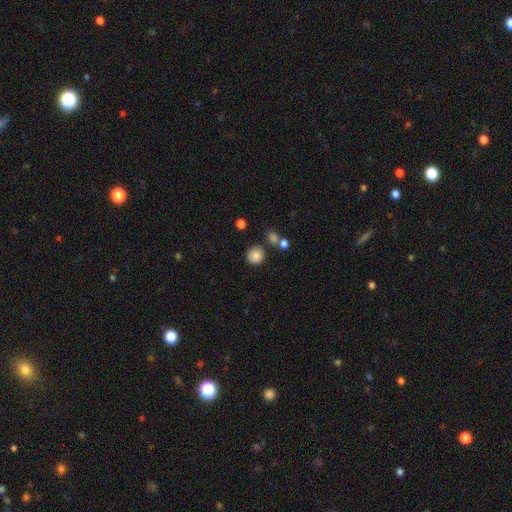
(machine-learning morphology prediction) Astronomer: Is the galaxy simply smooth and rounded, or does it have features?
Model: smooth — 85%.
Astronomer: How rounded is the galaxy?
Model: round — 90%.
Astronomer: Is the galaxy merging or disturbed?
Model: none — 78%.